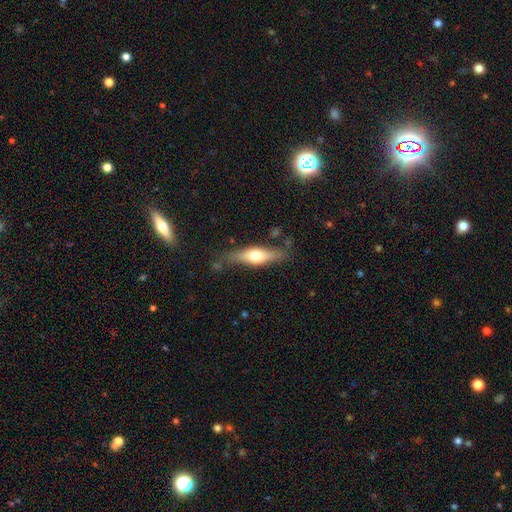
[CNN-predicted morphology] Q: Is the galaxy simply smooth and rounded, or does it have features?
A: smooth — 47%, tied with featured or disk.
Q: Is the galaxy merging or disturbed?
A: none — 76%.